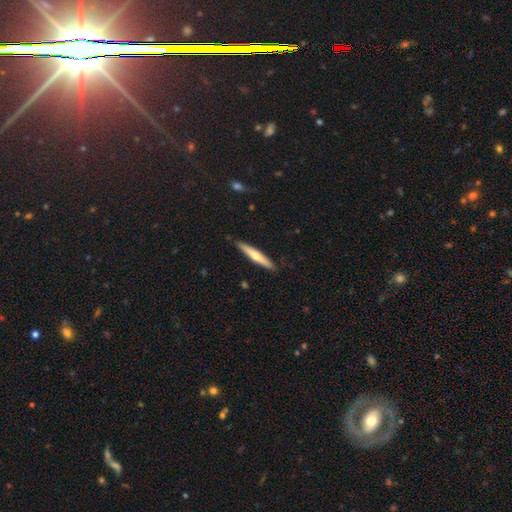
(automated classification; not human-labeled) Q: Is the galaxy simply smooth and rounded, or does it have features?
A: smooth — 50%.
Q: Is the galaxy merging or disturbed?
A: none — 89%.